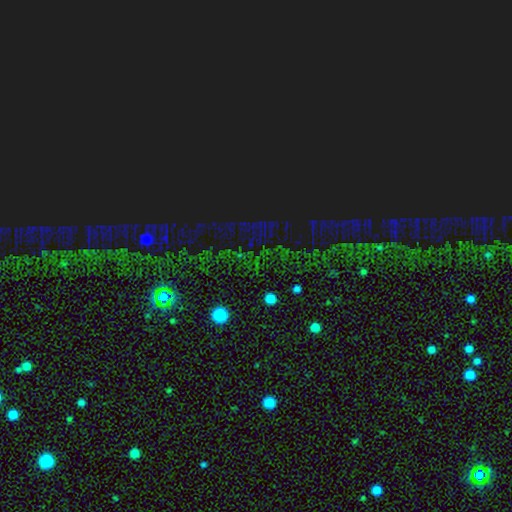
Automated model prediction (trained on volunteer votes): This appears to be a star or artifact, not a galaxy (80%).